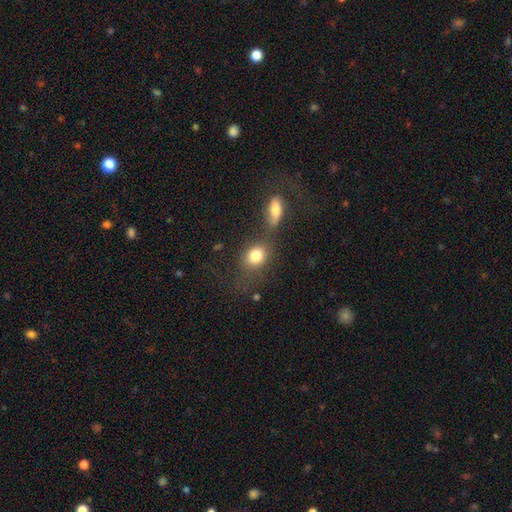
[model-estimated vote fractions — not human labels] Smooth or featured? smooth (80%)
How rounded? round (52%)
Merging? none (52%)